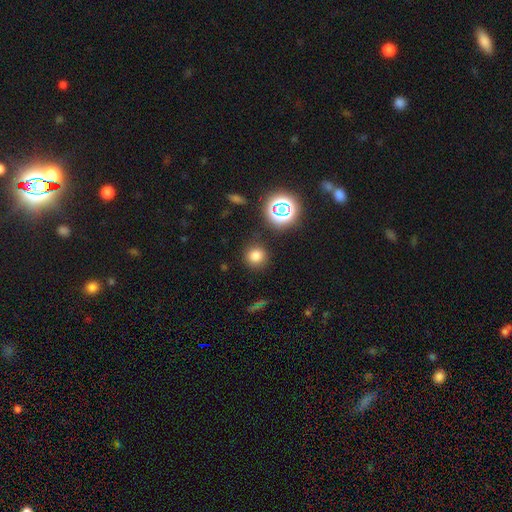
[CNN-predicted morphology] smooth 74%, star or artifact 20%, featured or disk 6%. Down the decision tree: how rounded — round (92%); merging — none (86%).